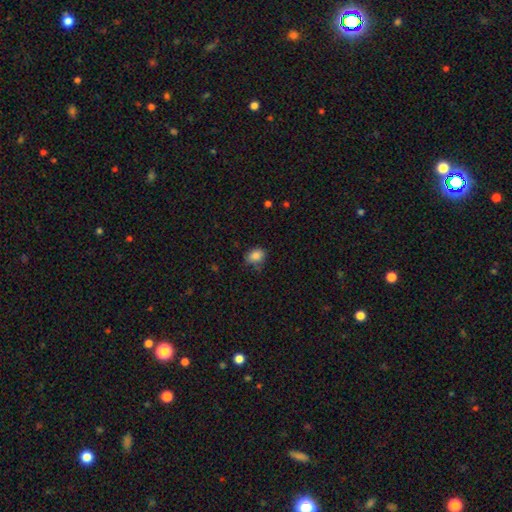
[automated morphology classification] smooth-or-featured: smooth: 85% | star or artifact: 10% | featured or disk: 5%
  how-rounded: in between: 69% | round: 30% | cigar-shaped: 1%
  merging: none: 63% | minor disturbance: 28% | major disturbance: 6% | merger: 2%